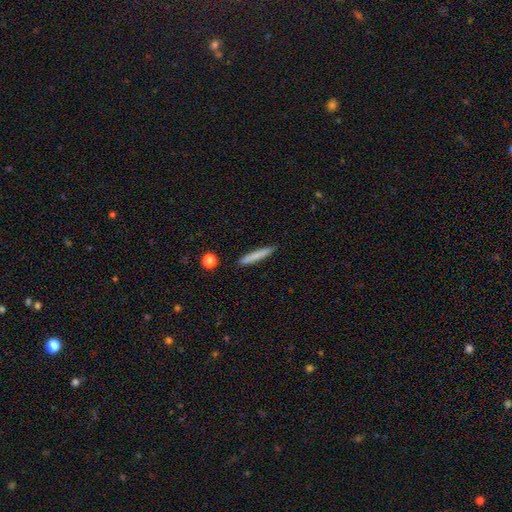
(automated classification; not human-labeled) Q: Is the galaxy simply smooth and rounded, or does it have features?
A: smooth — 76%.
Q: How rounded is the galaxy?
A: cigar-shaped — 96%.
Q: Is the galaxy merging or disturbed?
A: none — 91%.